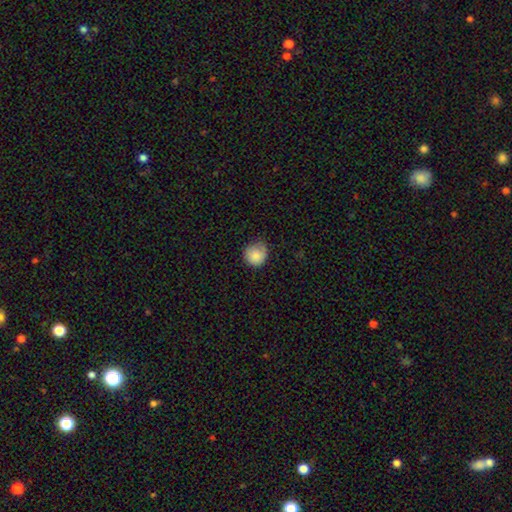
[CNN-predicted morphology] The model was most divided on "merging": none: 60%, minor disturbance: 31%, major disturbance: 8%, merger: 1%. More confident: how rounded — round (86%); smooth or featured — smooth (83%).